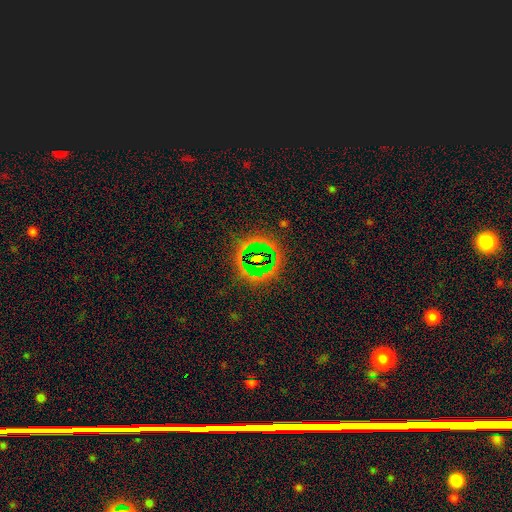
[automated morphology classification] Smooth or featured: star or artifact — 71% (smooth — 16%)